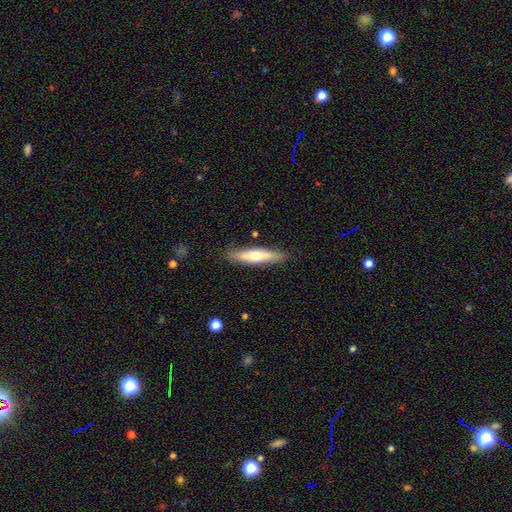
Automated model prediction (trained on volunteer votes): Q: Smooth or featured?
A: smooth (53%); runner-up: featured or disk (41%)
Q: How rounded?
A: cigar-shaped (83%); runner-up: in between (15%)
Q: Merging?
A: none (87%); runner-up: minor disturbance (9%)